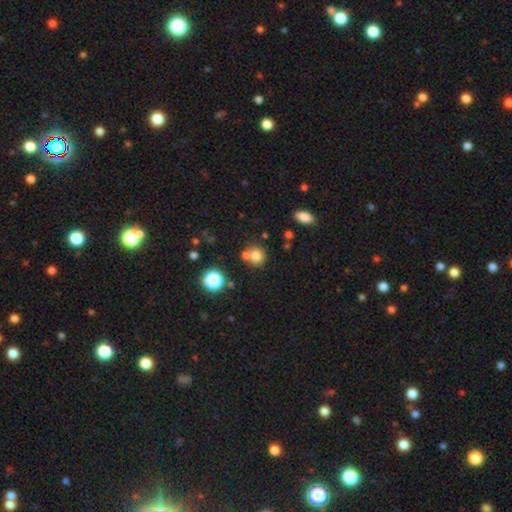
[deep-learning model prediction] This appears to be a smooth galaxy with no disk features (75%) that is round (86%). Merging: none (56%).